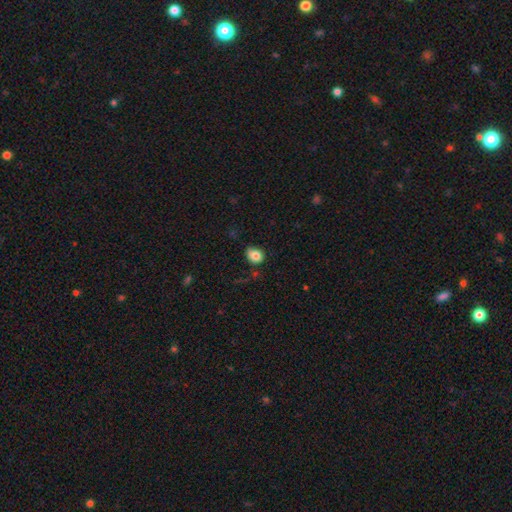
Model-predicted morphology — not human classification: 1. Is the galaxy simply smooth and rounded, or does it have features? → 82% smooth, 10% star or artifact, 9% featured or disk.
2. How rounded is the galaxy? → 57% round, 42% in between, 1% cigar-shaped.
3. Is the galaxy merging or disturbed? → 59% none, 29% minor disturbance, 9% major disturbance, 3% merger.